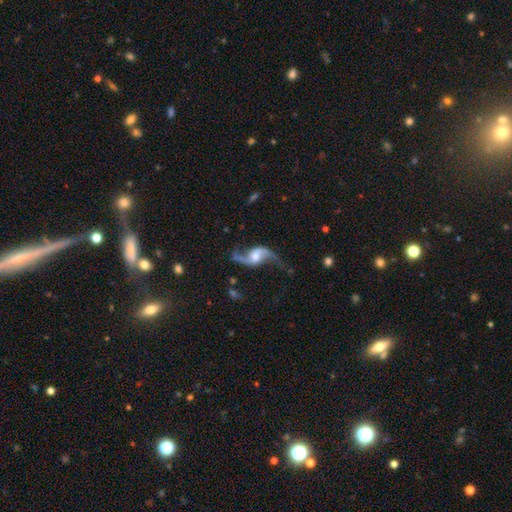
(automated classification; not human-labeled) Smooth or featured? featured or disk (89%)
Edge-on disk? no (96%)
Bar? no (47%)
Spiral arms? yes (96%)
Spiral winding? loose (85%)
Spiral arm count? 2 (94%)
Bulge size? moderate (52%)
Merging? none (71%)